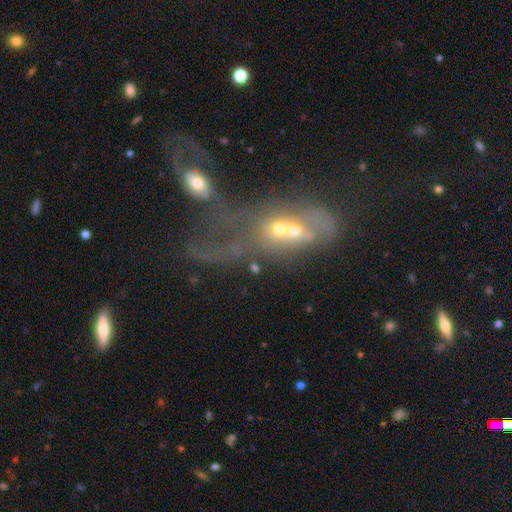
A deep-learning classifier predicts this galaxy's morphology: type=featured or disk (54%); edge-on=no (85%); merging=merger (68%).